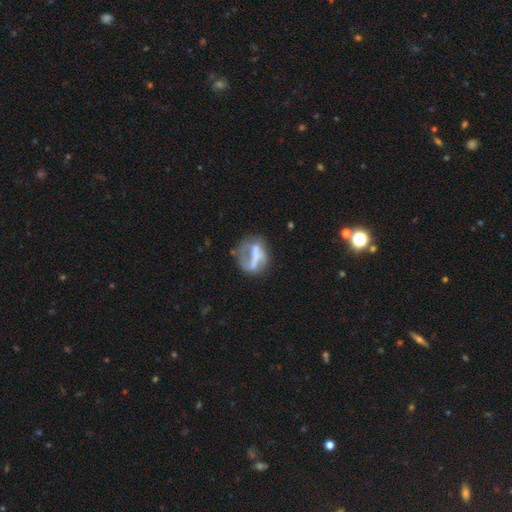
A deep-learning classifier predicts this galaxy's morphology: Smooth or featured? featured or disk (53%)
Edge-on disk? no (96%)
Bar? no (48%)
Spiral arms? no (74%)
Bulge size? none (53%)
Merging? none (38%)